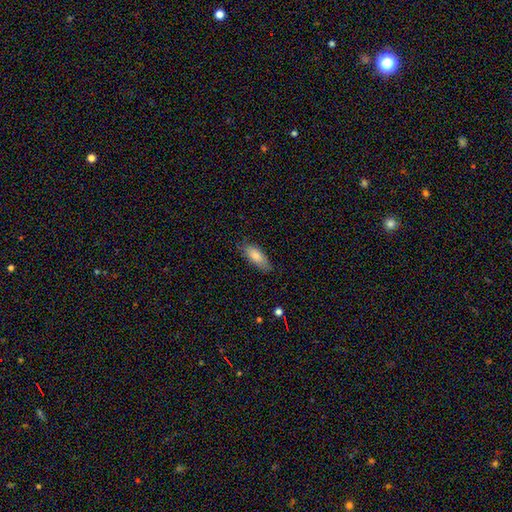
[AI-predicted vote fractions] smooth 81%, featured or disk 12%, star or artifact 7%. Down the decision tree: how rounded — in between (75%); merging — none (76%).